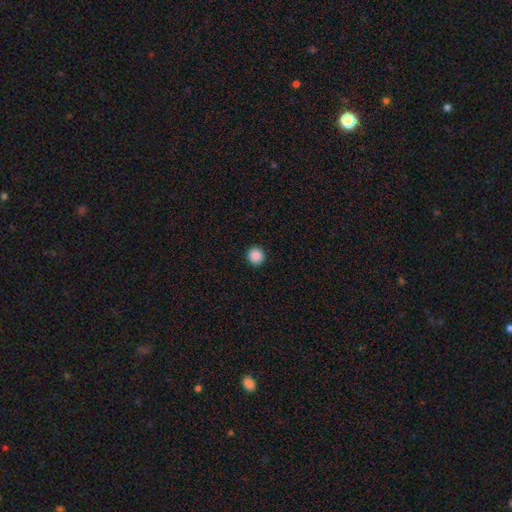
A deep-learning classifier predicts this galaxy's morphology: type=smooth (88%); roundness=round (94%); merging=none (93%).